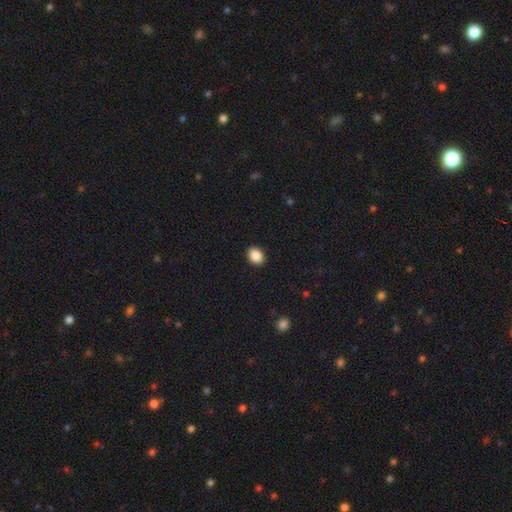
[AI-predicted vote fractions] Overall: smooth (88%). How rounded: in between (57%; round 42%). Merging: none (91%).